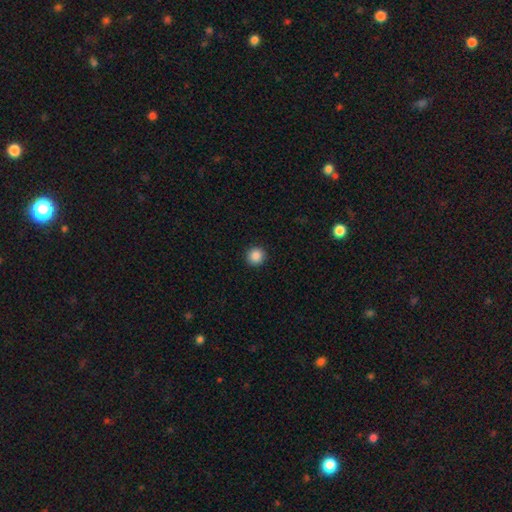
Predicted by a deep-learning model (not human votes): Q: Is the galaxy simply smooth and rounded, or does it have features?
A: smooth — 87%.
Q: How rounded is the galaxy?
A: round — 93%.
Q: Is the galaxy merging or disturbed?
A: none — 93%.